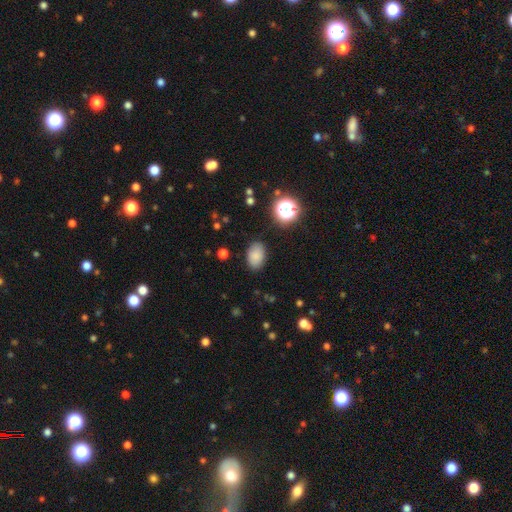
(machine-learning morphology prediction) smooth_or_featured: smooth (p=0.84) [alt: star or artifact p=0.11]
how_rounded: in between (p=0.86) [alt: round p=0.13]
merging: none (p=0.85) [alt: minor disturbance p=0.11]